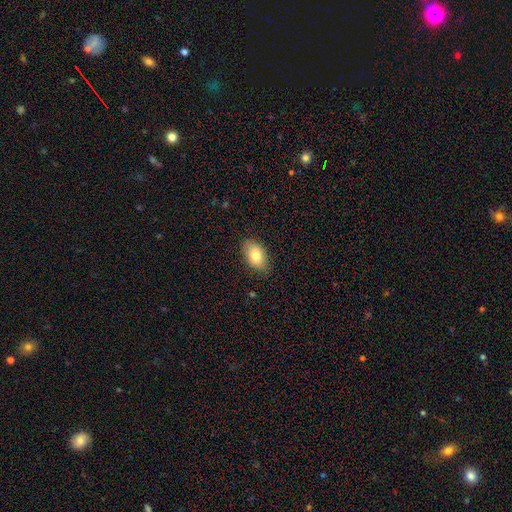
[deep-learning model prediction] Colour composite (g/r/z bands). It shows a smooth galaxy with no disk features (79%) that is in between round and cigar-shaped (89%). Merging: none (85%).